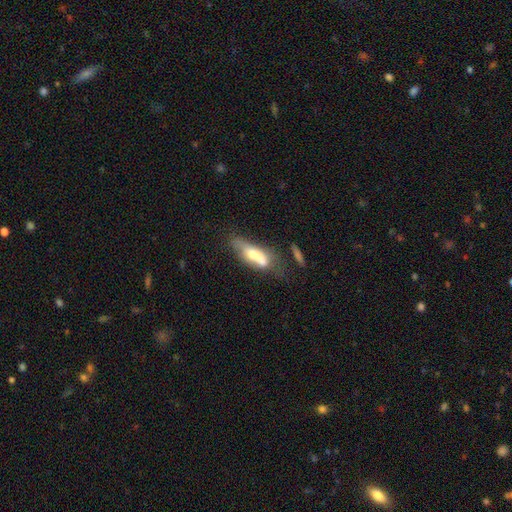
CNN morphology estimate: type=smooth (56%); roundness=in between (55%); merging=none (27%).